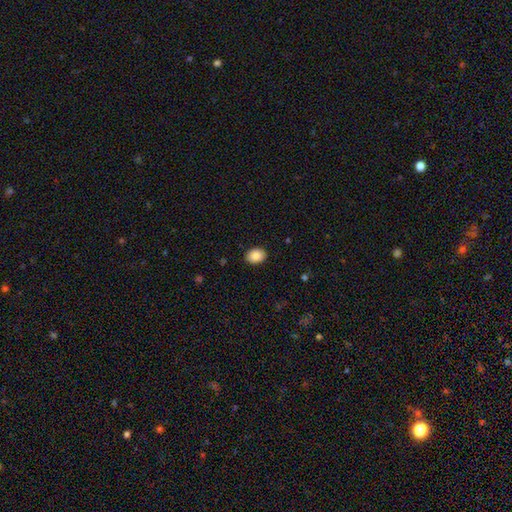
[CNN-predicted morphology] Q: Smooth or featured?
A: smooth (87%); runner-up: star or artifact (8%)
Q: How rounded?
A: in between (67%); runner-up: round (32%)
Q: Merging?
A: none (90%); runner-up: minor disturbance (8%)